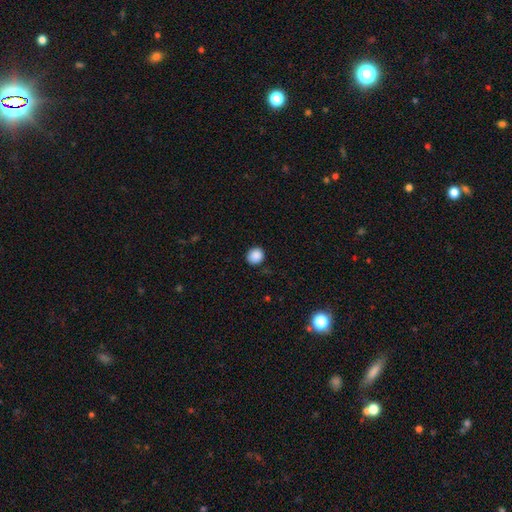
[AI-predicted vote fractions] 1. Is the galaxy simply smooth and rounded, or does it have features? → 89% smooth, 9% star or artifact, 3% featured or disk.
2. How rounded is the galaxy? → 84% round, 15% in between, 1% cigar-shaped.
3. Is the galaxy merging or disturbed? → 89% none, 8% minor disturbance, 2% major disturbance, 1% merger.